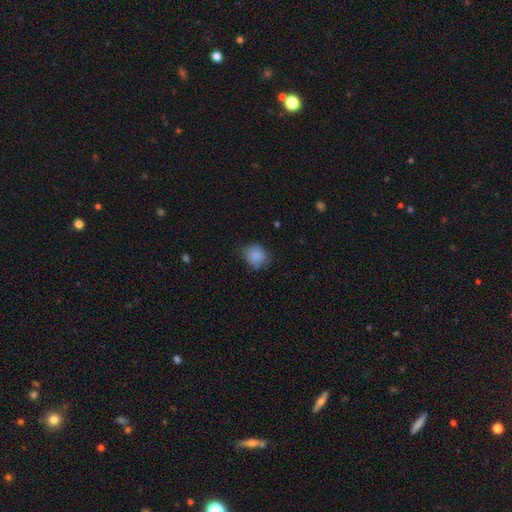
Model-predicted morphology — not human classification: Smooth or featured? smooth (86%)
How rounded? round (72%)
Merging? none (71%)